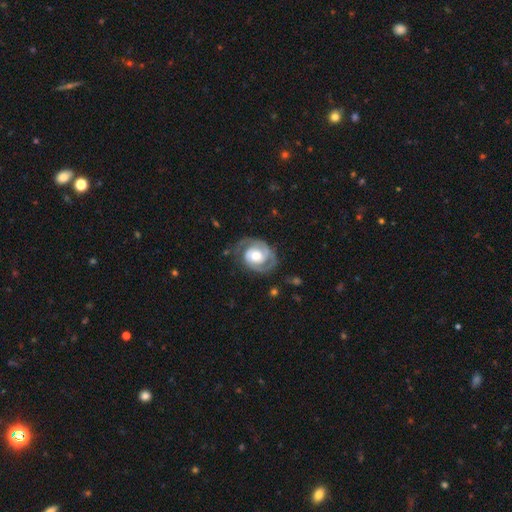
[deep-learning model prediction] This is clearly a featured or disk galaxy (84%). It is clearly not viewed edge-on (98%). Bar: likely no (61%). Spiral arm pattern: clearly yes (92%). Spiral arm count: likely 2 (75%). Spiral winding: possibly tight (55%). Central bulge: possibly moderate (56%). Merging: likely none (63%).